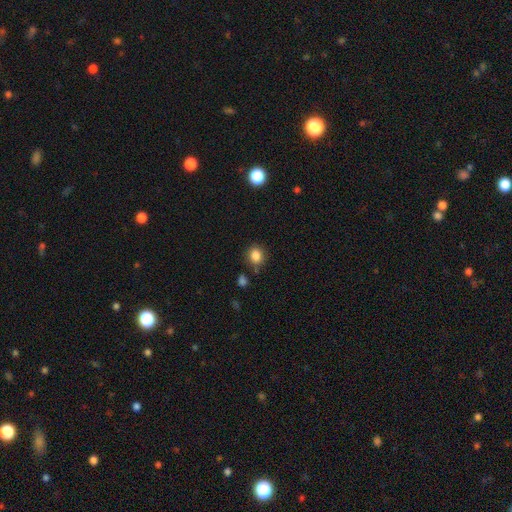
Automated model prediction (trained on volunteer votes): smooth 85%, star or artifact 11%, featured or disk 5%. Down the decision tree: how rounded — round (68%); merging — none (78%).